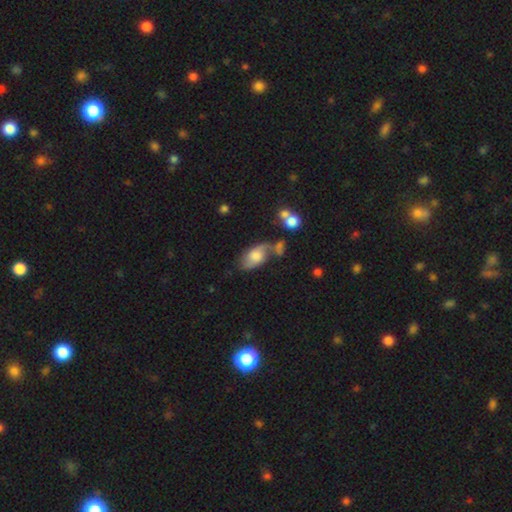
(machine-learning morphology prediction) Overall: featured or disk (55%; smooth 37%). Edge-on disk: no (93%). Bar: no (63%; weak 31%). Spiral arms: yes (82%). Bulge size: moderate (37%; large 32%). Merging: none (43%; minor disturbance 25%).